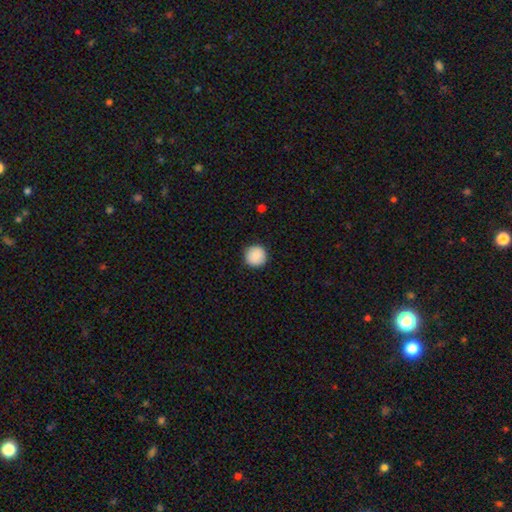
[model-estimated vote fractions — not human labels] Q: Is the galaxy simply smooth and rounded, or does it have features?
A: smooth — 89%.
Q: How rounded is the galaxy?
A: round — 96%.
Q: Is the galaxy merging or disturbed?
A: none — 92%.